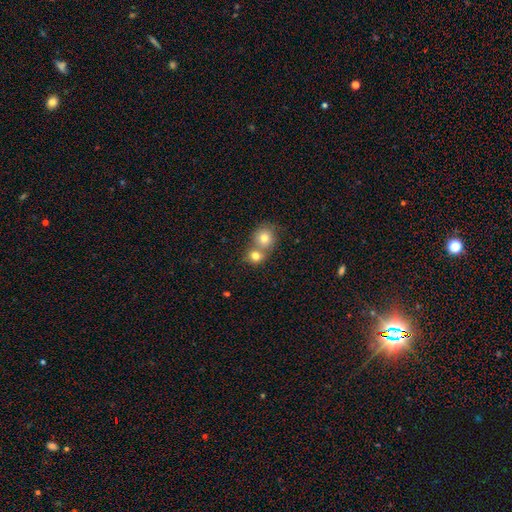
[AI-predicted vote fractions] smooth_or_featured: smooth (p=0.78) [alt: star or artifact p=0.11]
how_rounded: round (p=0.81) [alt: in between p=0.18]
merging: merger (p=0.56) [alt: none p=0.37]